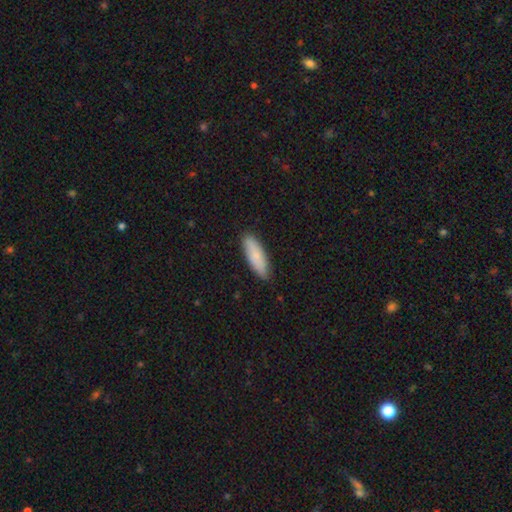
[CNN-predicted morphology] type=smooth (82%); roundness=in between (50%); merging=none (84%).